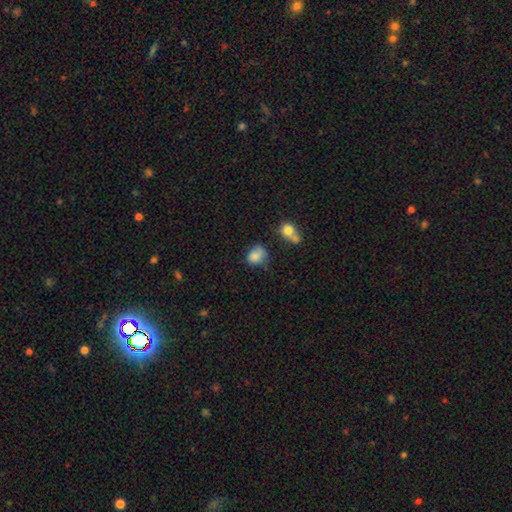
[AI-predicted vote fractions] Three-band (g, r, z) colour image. It shows a smooth galaxy with no disk features (82%) that is round (55%). Merging: none (48%).